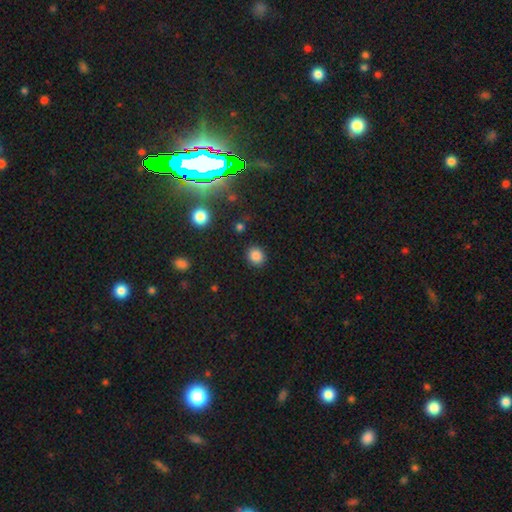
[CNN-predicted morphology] smooth_or_featured: smooth (p=0.85) [alt: star or artifact p=0.11]
how_rounded: round (p=0.77) [alt: in between p=0.22]
merging: none (p=0.89) [alt: minor disturbance p=0.07]